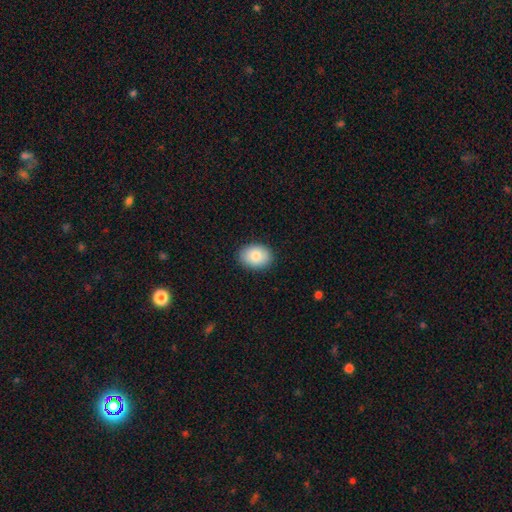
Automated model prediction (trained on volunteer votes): This appears to be a smooth galaxy with no disk features (85%) that is in between round and cigar-shaped (73%). Merging: none (89%).